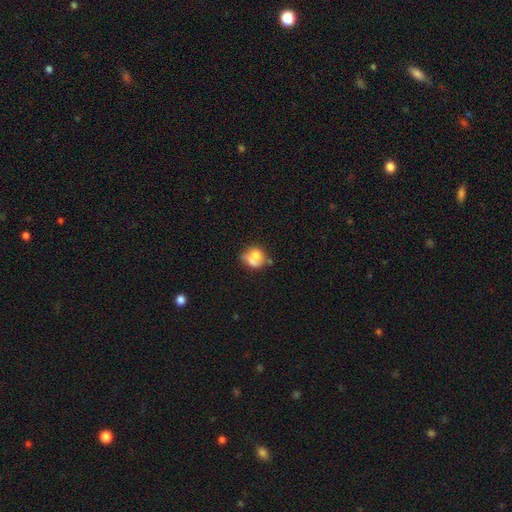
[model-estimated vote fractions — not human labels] This appears to be a smooth galaxy with no disk features (64%) that is round (65%). Merging: merger (43%).